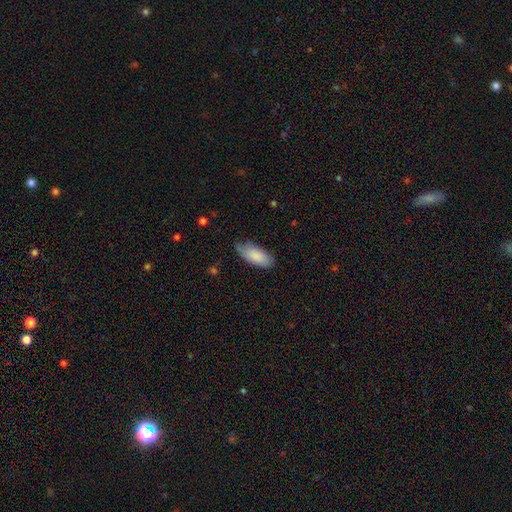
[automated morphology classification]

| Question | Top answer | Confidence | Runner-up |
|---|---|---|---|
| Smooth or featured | smooth | 84% | featured or disk (10%) |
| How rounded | in between | 87% | cigar-shaped (12%) |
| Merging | none | 62% | minor disturbance (31%) |